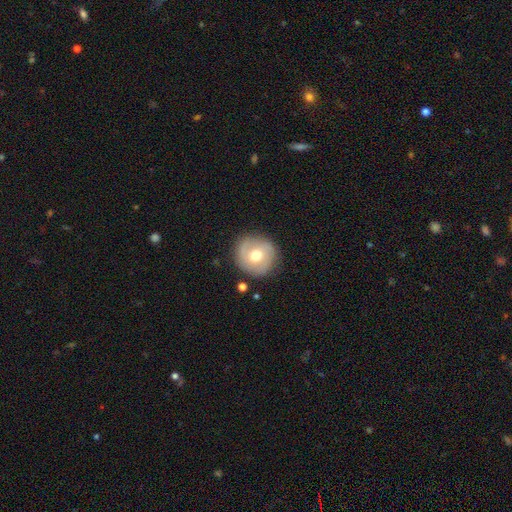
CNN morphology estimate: Smooth or featured? smooth (53%)
How rounded? round (92%)
Merging? none (83%)